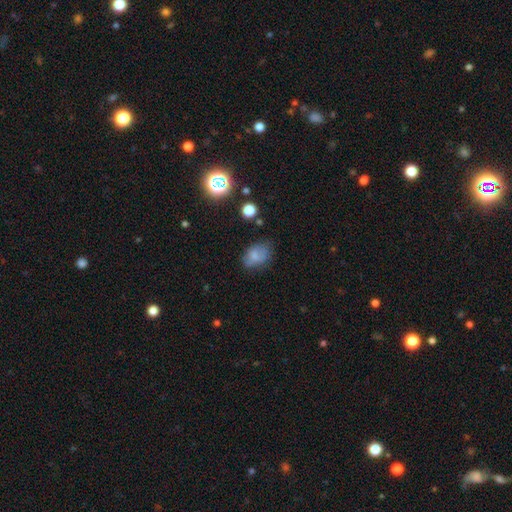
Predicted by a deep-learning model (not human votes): Morphology: type=smooth (71%); roundness=in between (79%); merging=none (58%).